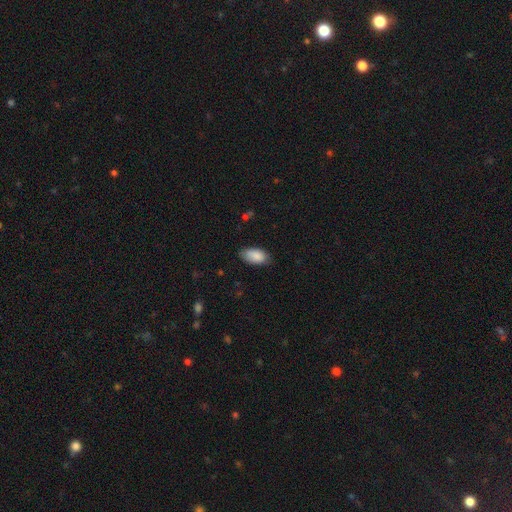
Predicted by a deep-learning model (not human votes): Smooth or featured? Predicted: smooth (p=0.87). How rounded? Predicted: in between (p=0.94). Merging? Predicted: none (p=0.75).